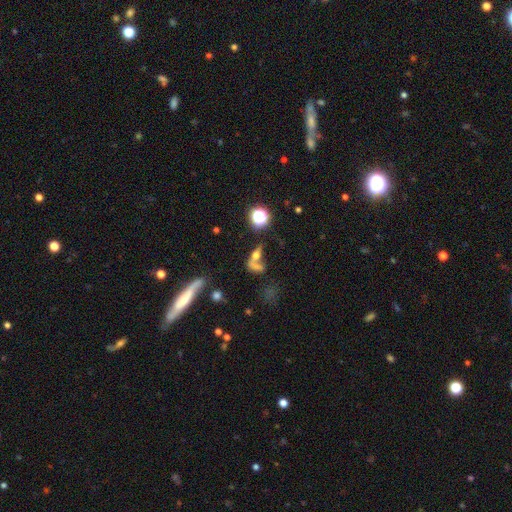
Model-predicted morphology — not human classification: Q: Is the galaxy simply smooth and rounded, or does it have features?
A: smooth — 52%.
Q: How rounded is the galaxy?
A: in between — 53%.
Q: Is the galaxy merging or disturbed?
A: merger — 46%.